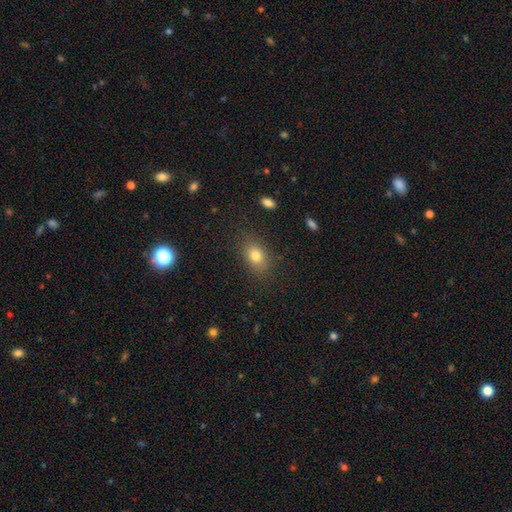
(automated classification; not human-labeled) smooth_or_featured: smooth (p=0.80) [alt: star or artifact p=0.11]
how_rounded: in between (p=0.76) [alt: round p=0.22]
merging: none (p=0.83) [alt: minor disturbance p=0.12]